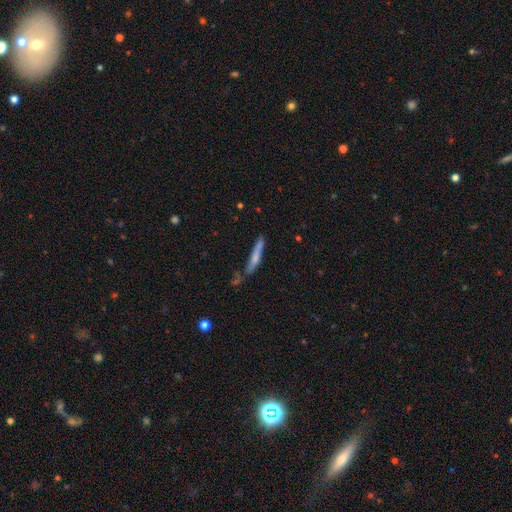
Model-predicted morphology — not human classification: This is likely a smooth galaxy (62%). How rounded: clearly cigar-shaped (93%). Merging: likely none (68%).